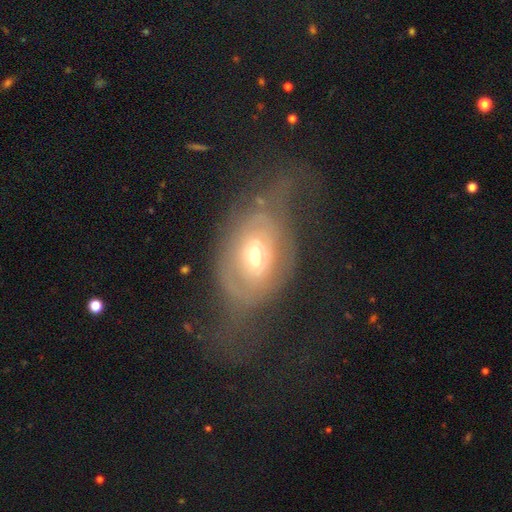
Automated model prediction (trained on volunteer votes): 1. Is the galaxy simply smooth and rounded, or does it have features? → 58% featured or disk, 32% smooth, 10% star or artifact.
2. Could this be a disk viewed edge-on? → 90% no, 10% yes.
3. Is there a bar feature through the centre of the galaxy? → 73% no, 21% weak, 6% strong.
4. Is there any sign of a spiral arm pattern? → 55% no, 45% yes.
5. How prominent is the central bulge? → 57% moderate, 35% small, 6% large, 1% dominant, 1% none.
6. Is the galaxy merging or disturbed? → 43% major disturbance, 32% none, 22% minor disturbance, 3% merger.